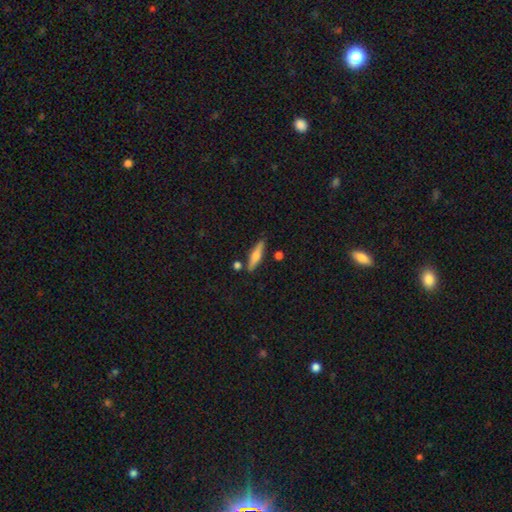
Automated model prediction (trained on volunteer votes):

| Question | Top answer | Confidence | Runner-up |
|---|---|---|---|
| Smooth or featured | smooth | 56% | featured or disk (37%) |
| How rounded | cigar-shaped | 76% | in between (22%) |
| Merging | none | 83% | minor disturbance (10%) |